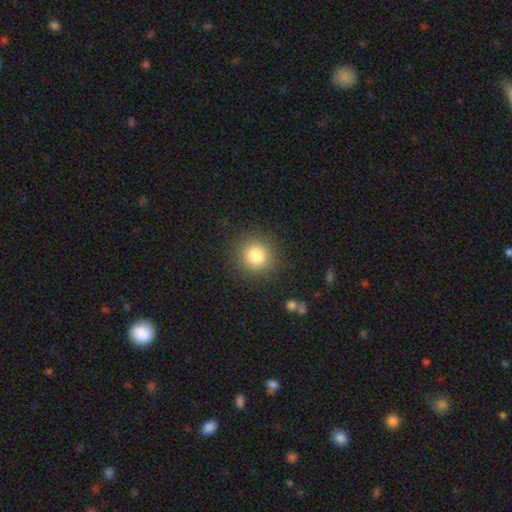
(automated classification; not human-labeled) Smooth or featured? smooth (80%)
How rounded? round (92%)
Merging? none (89%)